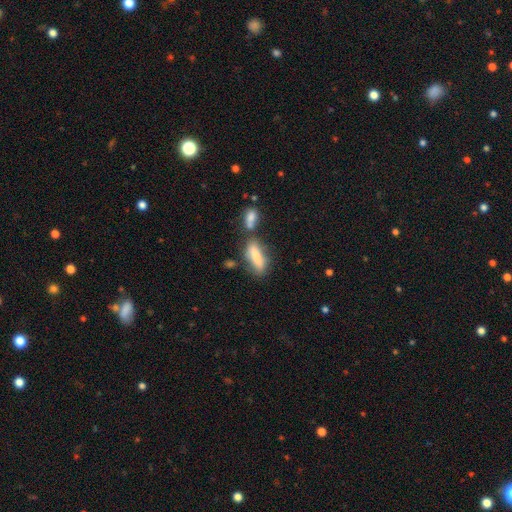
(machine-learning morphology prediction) type=smooth (69%); roundness=in between (51%); merging=none (50%).